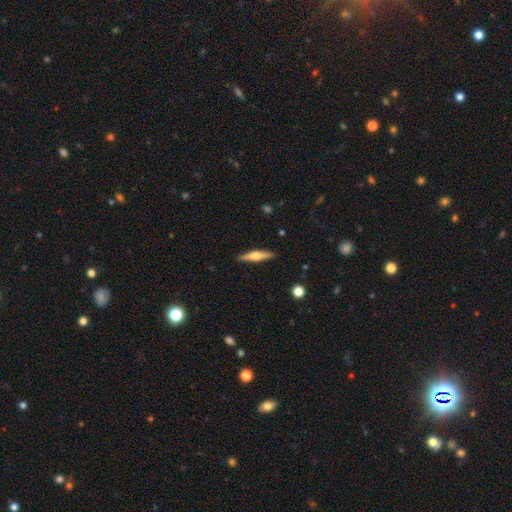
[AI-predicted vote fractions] Q: Smooth or featured?
A: featured or disk (59%); runner-up: smooth (36%)
Q: Edge-on disk?
A: yes (97%); runner-up: no (3%)
Q: Edge-on bulge?
A: rounded (86%); runner-up: boxy (9%)
Q: Merging?
A: none (90%); runner-up: minor disturbance (7%)